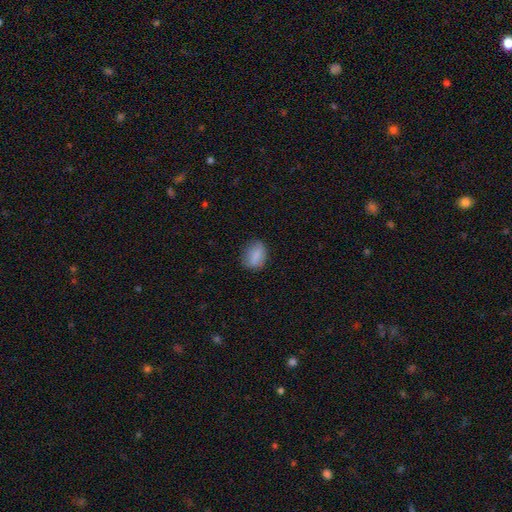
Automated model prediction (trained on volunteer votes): Smooth or featured: smooth — 81% (featured or disk — 10%)
How rounded: in between — 70% (round — 26%)
Merging: none — 74% (minor disturbance — 20%)